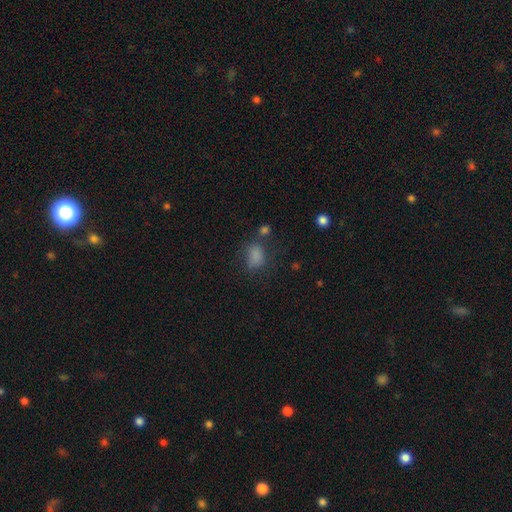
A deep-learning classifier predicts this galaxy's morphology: Smooth or featured: smooth — 79% (star or artifact — 13%)
How rounded: in between — 71% (round — 27%)
Merging: none — 52% (minor disturbance — 24%)